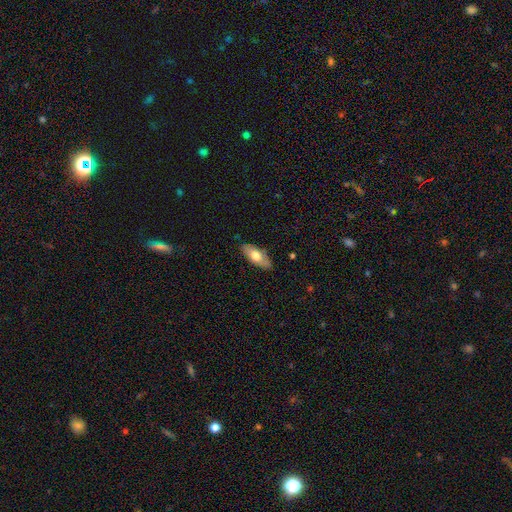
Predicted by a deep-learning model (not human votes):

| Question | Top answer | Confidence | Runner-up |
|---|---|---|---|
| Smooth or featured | smooth | 65% | featured or disk (29%) |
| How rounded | in between | 78% | cigar-shaped (19%) |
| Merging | none | 85% | minor disturbance (12%) |